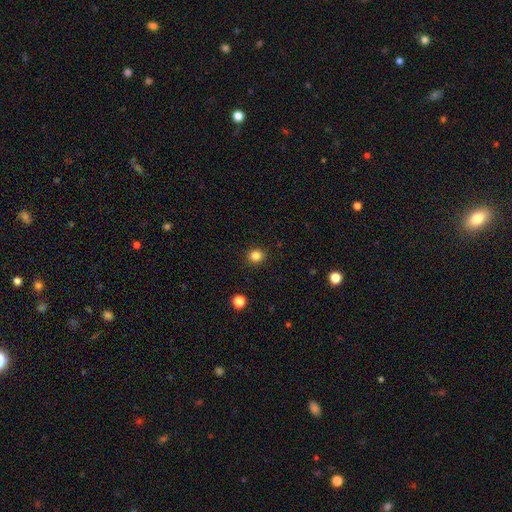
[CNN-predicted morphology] A smooth galaxy with no disk features (84%) that is round (88%). Merging: none (92%).